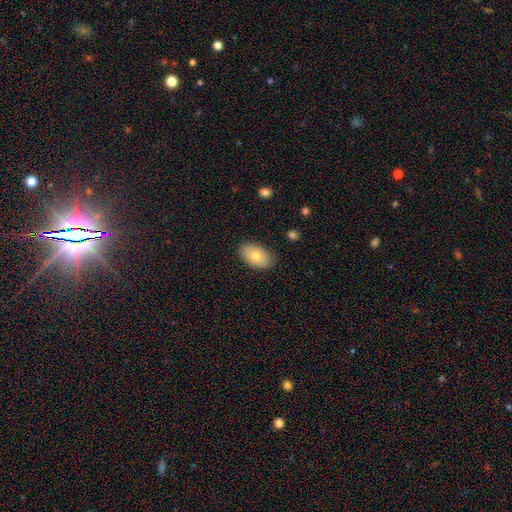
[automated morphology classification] smooth 75%, featured or disk 18%, star or artifact 7%. Down the decision tree: how rounded — in between (92%); merging — none (85%).